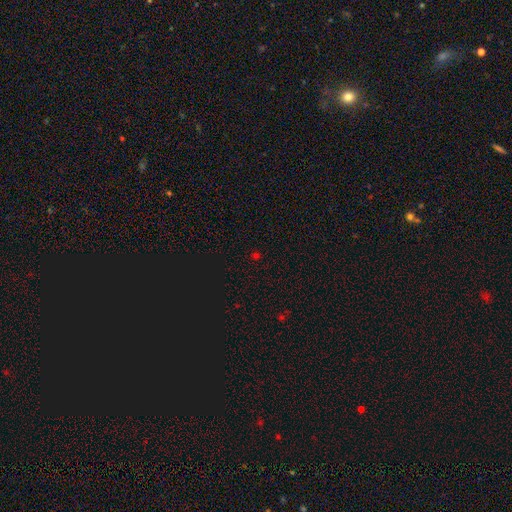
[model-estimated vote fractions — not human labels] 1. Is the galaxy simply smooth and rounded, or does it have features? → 55% star or artifact, 40% smooth, 6% featured or disk.